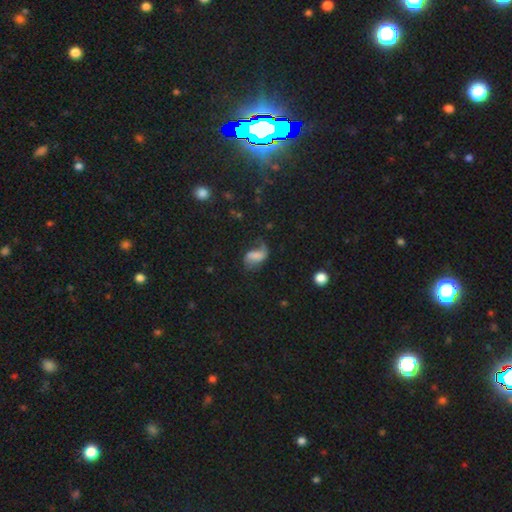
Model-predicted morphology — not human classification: Smooth or featured? Predicted: featured or disk (p=0.46). Merging? Predicted: none (p=0.42).